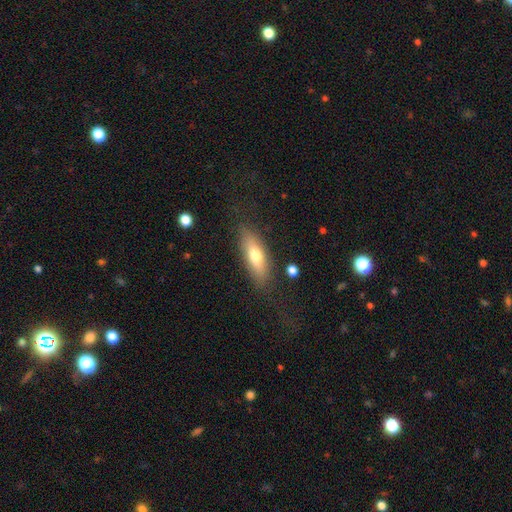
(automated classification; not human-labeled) Overall: smooth (68%). How rounded: in between (60%; cigar-shaped 37%). Merging: none (80%).